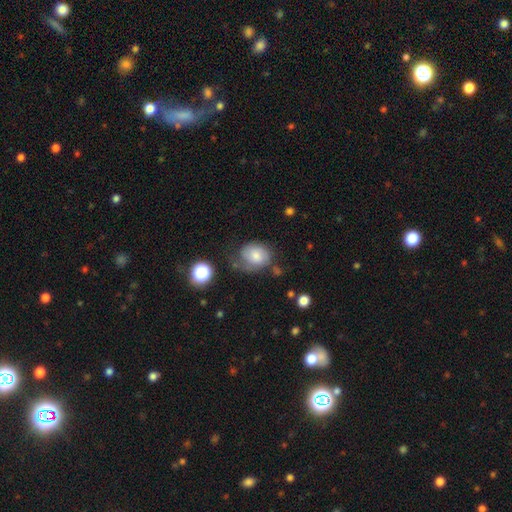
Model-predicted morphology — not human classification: Smooth or featured?
  - smooth: 70% *
  - featured or disk: 21%
  - star or artifact: 9%
How rounded?
  - round: 54% *
  - in between: 45%
  - cigar-shaped: 1%
Merging?
  - none: 42% *
  - minor disturbance: 29%
  - major disturbance: 22%
  - merger: 7%